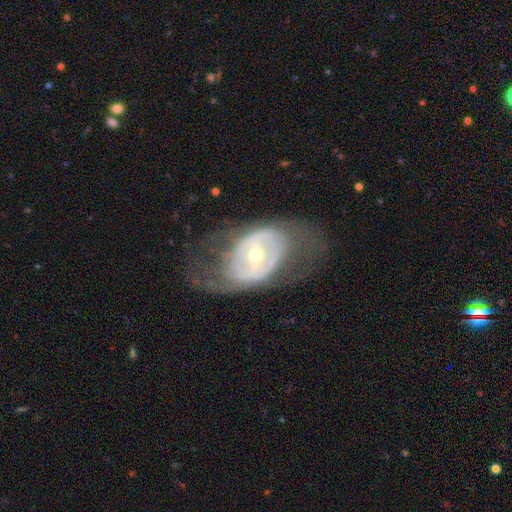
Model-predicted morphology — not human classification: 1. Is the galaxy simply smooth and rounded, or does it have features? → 80% featured or disk, 14% smooth, 6% star or artifact.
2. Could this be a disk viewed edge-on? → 93% no, 7% yes.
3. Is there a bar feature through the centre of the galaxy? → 34% no (tied), 34% weak (tied), 32% strong.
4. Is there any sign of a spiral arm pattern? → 59% yes, 41% no.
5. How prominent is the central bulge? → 59% small, 37% moderate, 2% large, 1% dominant, 1% none.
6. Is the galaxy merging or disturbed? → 58% none, 23% major disturbance, 18% minor disturbance, 2% merger.